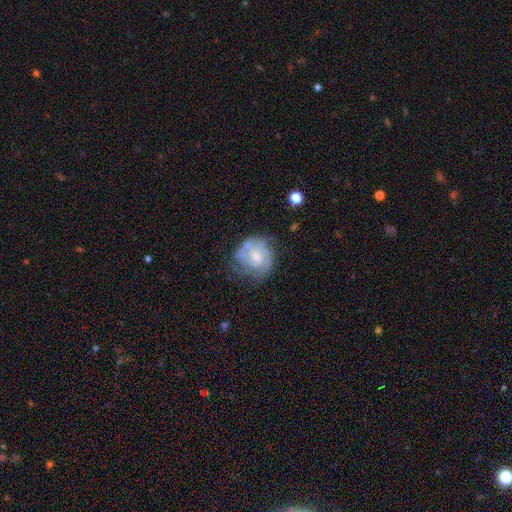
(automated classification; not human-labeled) smooth-or-featured: featured or disk: 76% | smooth: 18% | star or artifact: 7%
  disk-edge-on: no: 98% | yes: 2%
    bar: no: 50% | weak: 43% | strong: 8%
    has-spiral-arms: yes: 86% | no: 14%
      spiral-winding: tight: 55% | medium: 35% | loose: 10%
      spiral-arm-count: 2: 37% | can't tell: 32% | 3: 18% | 1: 6% | 4: 4% | more than 4: 3%
    bulge-size: moderate: 44% | small: 39% | none: 11% | large: 4% | dominant: 1%
  merging: none: 57% | minor disturbance: 24% | major disturbance: 15% | merger: 4%